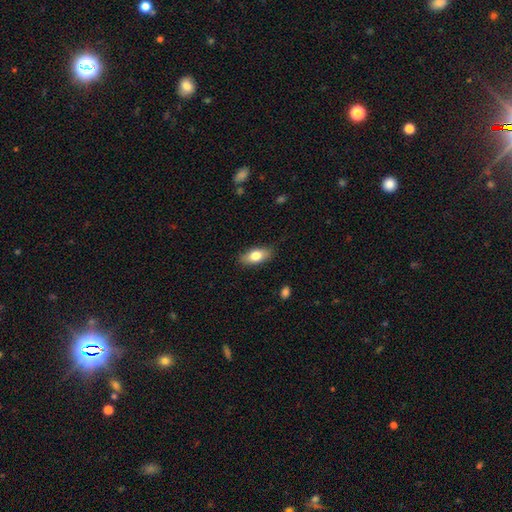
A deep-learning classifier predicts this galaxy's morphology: smooth 78%, featured or disk 15%, star or artifact 7%. Down the decision tree: how rounded — in between (86%); merging — none (85%).